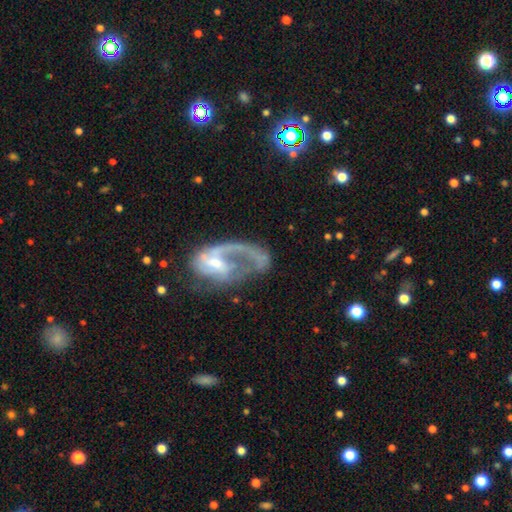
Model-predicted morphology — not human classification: smooth_or_featured: featured or disk (p=0.77) [alt: smooth p=0.15]
disk_edge_on: no (p=0.97) [alt: yes p=0.03]
bar: weak (p=0.43) [tied with: no p=0.43]
has_spiral_arms: yes (p=0.77) [alt: no p=0.23]
spiral_winding: loose (p=0.50) [alt: medium p=0.35]
spiral_arm_count: 1 (p=0.66) [alt: 2 p=0.20]
bulge_size: small (p=0.52) [alt: moderate p=0.33]
merging: major disturbance (p=0.51) [alt: none p=0.27]